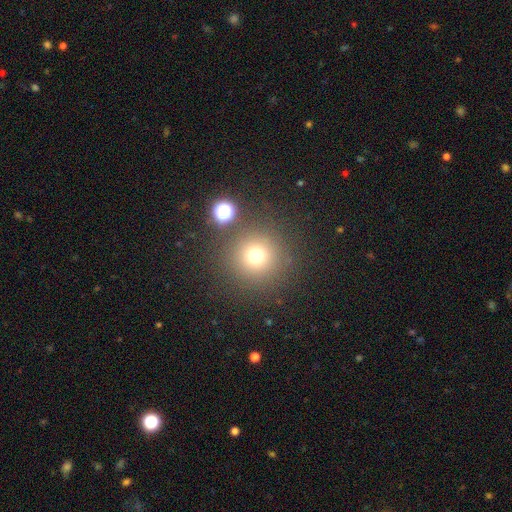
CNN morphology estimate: Q: Smooth or featured?
A: smooth (72%); runner-up: star or artifact (19%)
Q: How rounded?
A: round (95%); runner-up: in between (4%)
Q: Merging?
A: none (85%); runner-up: minor disturbance (7%)